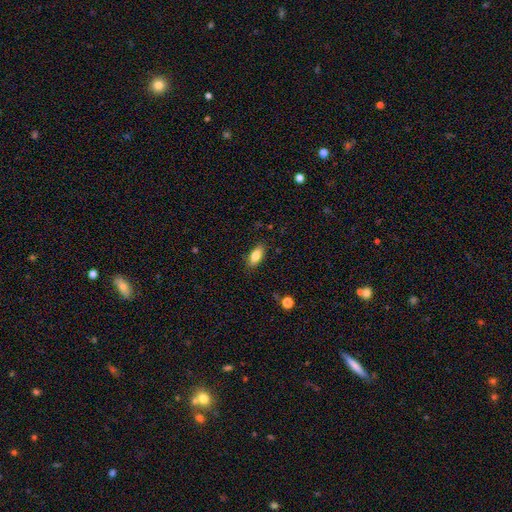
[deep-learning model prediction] smooth-or-featured: smooth: 83% | featured or disk: 9% | star or artifact: 7%
  how-rounded: in between: 83% | cigar-shaped: 14% | round: 3%
  merging: none: 85% | minor disturbance: 11% | major disturbance: 3% | merger: 1%